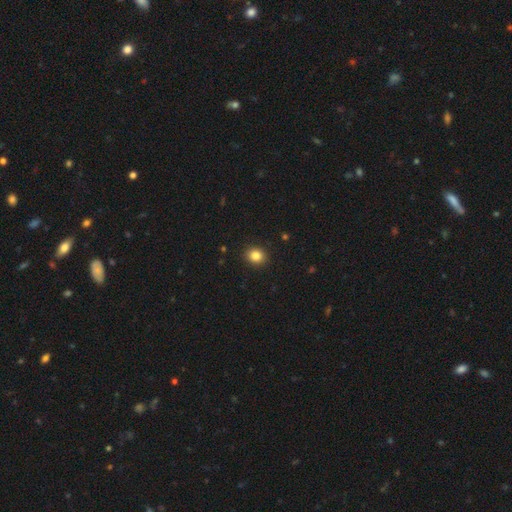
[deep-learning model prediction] Overall: smooth (85%). How rounded: round (67%; in between 32%). Merging: none (91%).